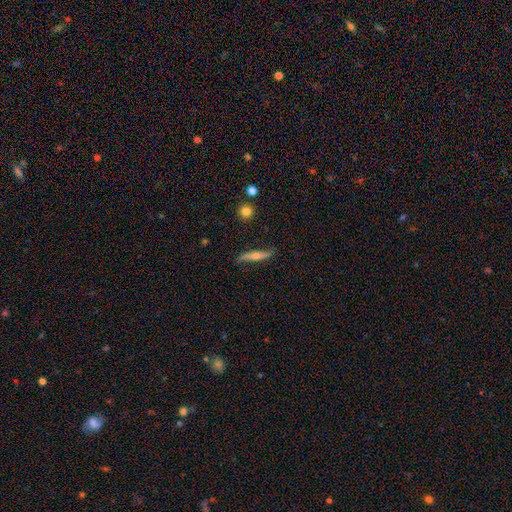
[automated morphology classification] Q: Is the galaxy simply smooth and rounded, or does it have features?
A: featured or disk — 57%.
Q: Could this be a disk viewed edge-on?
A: yes — 77%.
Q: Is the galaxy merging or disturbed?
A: none — 78%.